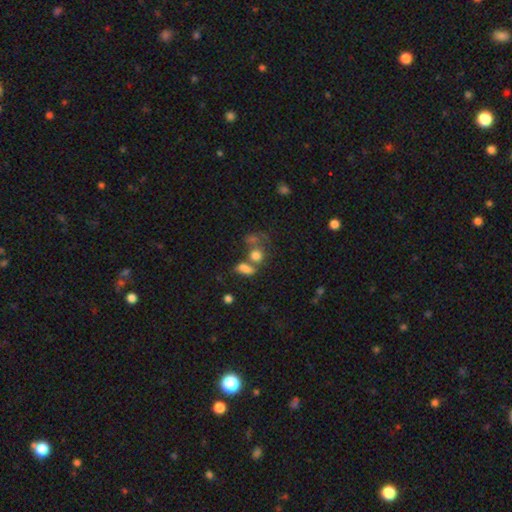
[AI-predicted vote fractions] smooth-or-featured: smooth: 72% | star or artifact: 14% | featured or disk: 14%
  how-rounded: round: 53% | in between: 44% | cigar-shaped: 3%
  merging: merger: 44% | none: 30% | major disturbance: 14% | minor disturbance: 12%